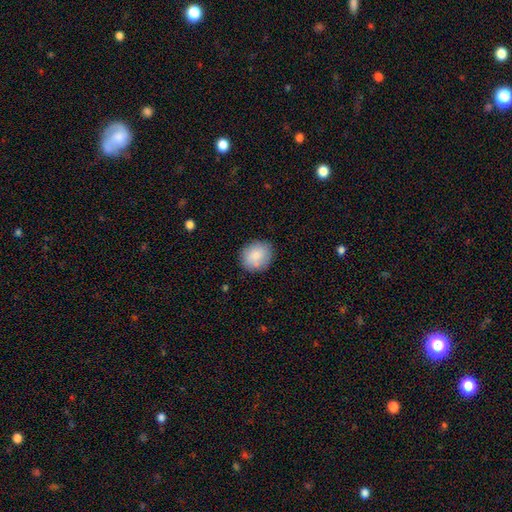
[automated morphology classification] smooth 84%, featured or disk 10%, star or artifact 7%. Down the decision tree: how rounded — round (68%); merging — none (81%).